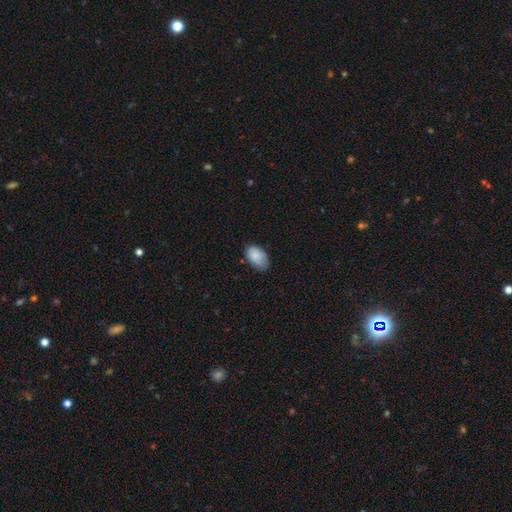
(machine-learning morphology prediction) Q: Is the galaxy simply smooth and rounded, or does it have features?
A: smooth — 87%.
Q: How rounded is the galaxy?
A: in between — 92%.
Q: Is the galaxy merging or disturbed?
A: none — 62%.